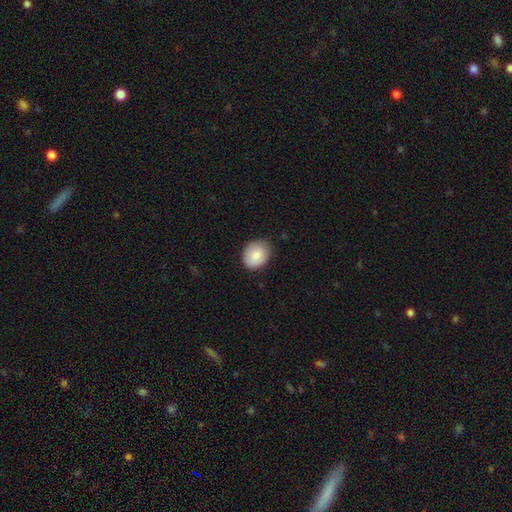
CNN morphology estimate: This appears to be a smooth galaxy with no disk features (86%) that is in between round and cigar-shaped (56%). Merging: none (79%).